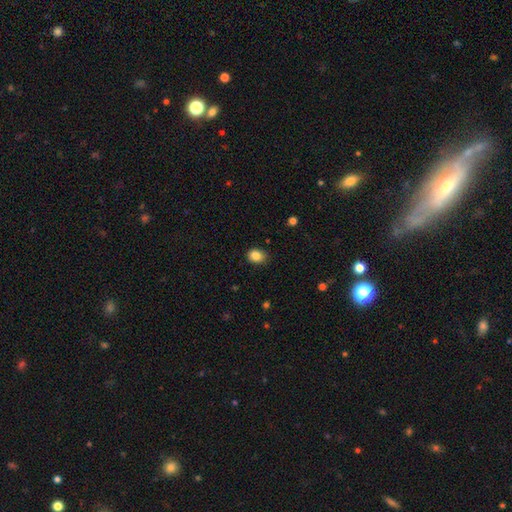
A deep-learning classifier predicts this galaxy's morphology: Q: Smooth or featured?
A: smooth (85%); runner-up: star or artifact (10%)
Q: How rounded?
A: in between (50%); runner-up: round (49%)
Q: Merging?
A: none (82%); runner-up: minor disturbance (14%)